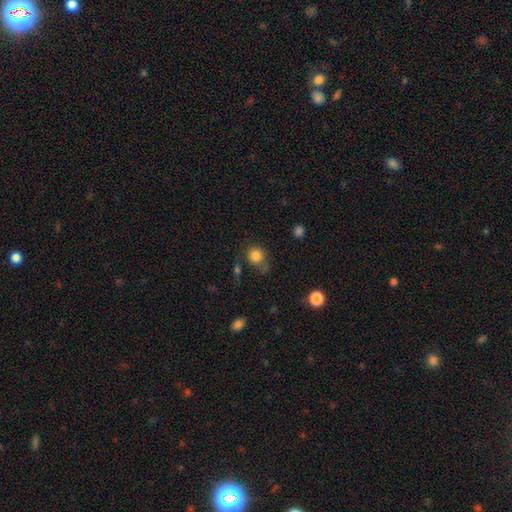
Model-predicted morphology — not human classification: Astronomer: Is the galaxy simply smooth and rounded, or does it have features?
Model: smooth — 83%.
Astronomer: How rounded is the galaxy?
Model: round — 79%.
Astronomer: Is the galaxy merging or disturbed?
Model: none — 63%.